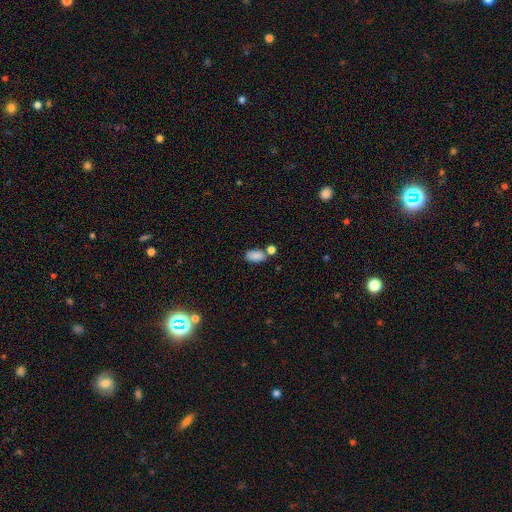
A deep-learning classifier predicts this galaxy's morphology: Smooth or featured: smooth — 85% (star or artifact — 8%)
How rounded: in between — 92% (round — 5%)
Merging: none — 60% (merger — 20%)